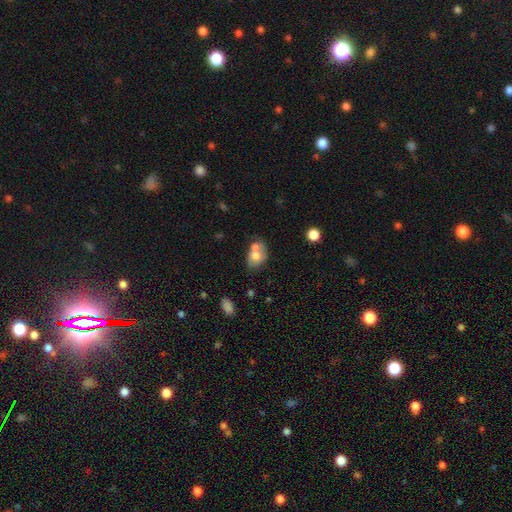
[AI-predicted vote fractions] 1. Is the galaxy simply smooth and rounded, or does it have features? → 67% smooth, 24% featured or disk, 9% star or artifact.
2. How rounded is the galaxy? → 66% in between, 33% round, 1% cigar-shaped.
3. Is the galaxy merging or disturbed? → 50% merger, 32% none, 13% minor disturbance, 5% major disturbance.